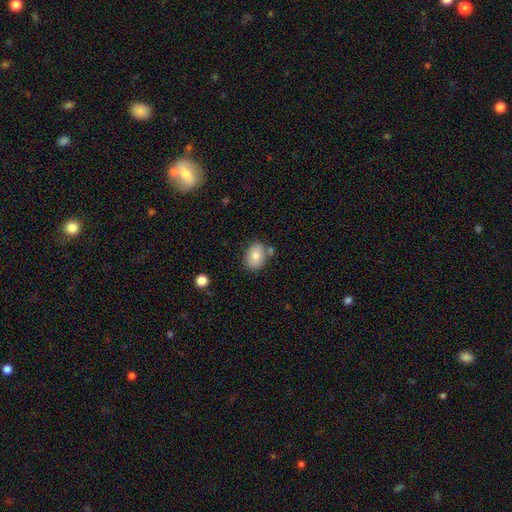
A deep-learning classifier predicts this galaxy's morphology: A smooth galaxy with no disk features (80%) that is in between round and cigar-shaped (69%). Merging: none (70%).